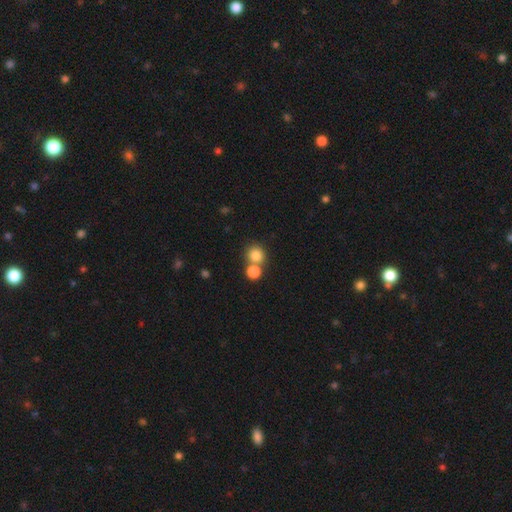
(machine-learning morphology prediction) smooth 82%, star or artifact 11%, featured or disk 7%. Down the decision tree: how rounded — round (85%); merging — none (54%).